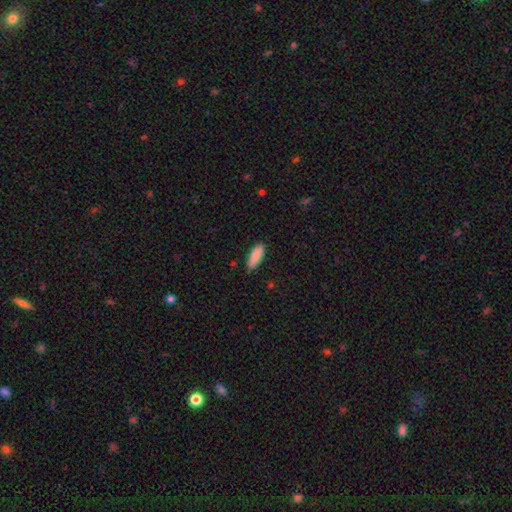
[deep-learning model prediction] A smooth galaxy with no disk features (89%) that is in between round and cigar-shaped (71%). Merging: none (85%).